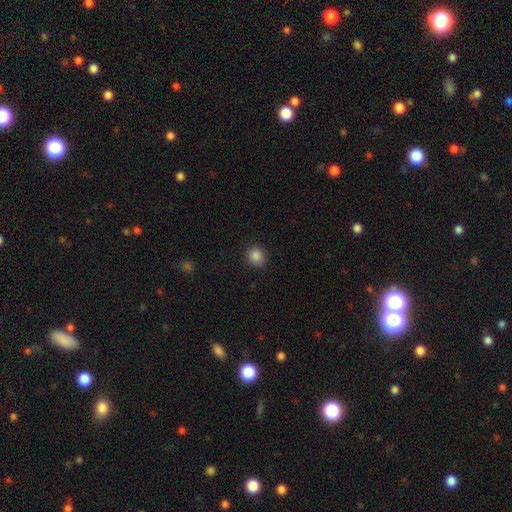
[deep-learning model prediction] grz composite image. It shows a smooth galaxy with no disk features (86%) that is round (86%). Merging: none (91%).